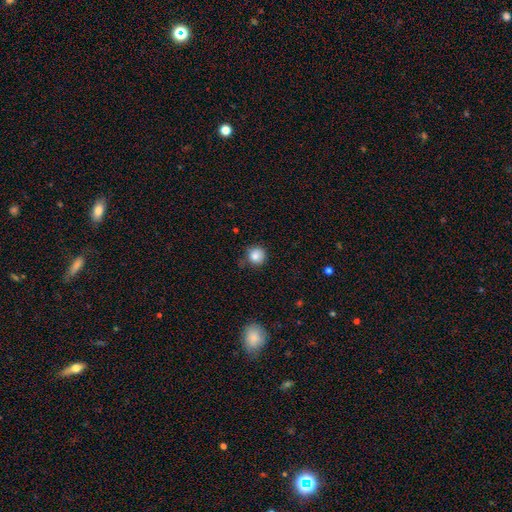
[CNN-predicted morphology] Smooth or featured? smooth (84%)
How rounded? round (92%)
Merging? none (73%)